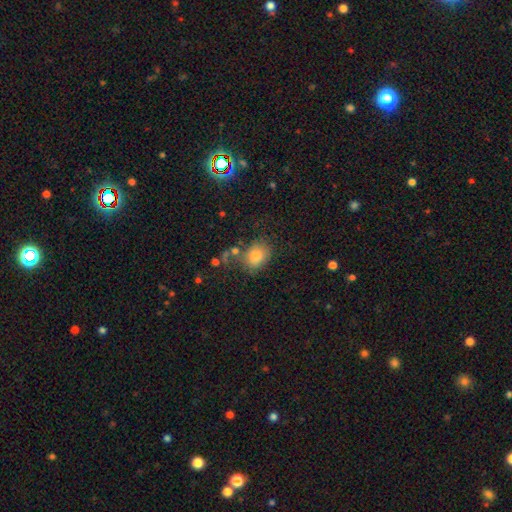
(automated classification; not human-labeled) smooth-or-featured: smooth: 78% | star or artifact: 13% | featured or disk: 9%
  how-rounded: in between: 54% | round: 44% | cigar-shaped: 1%
  merging: none: 67% | minor disturbance: 17% | merger: 8% | major disturbance: 7%